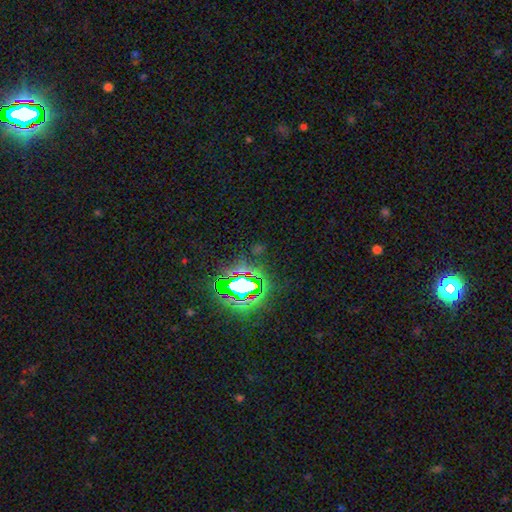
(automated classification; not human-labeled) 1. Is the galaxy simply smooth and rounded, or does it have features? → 82% star or artifact, 11% smooth, 7% featured or disk.